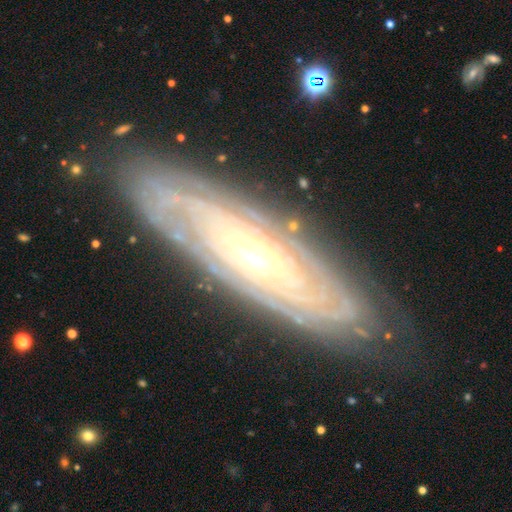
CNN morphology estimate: A featured or disk galaxy (84%) with no bar (68%), tight (81%) spiral arms (93%) and a small central bulge (57%). Merging: none (83%).